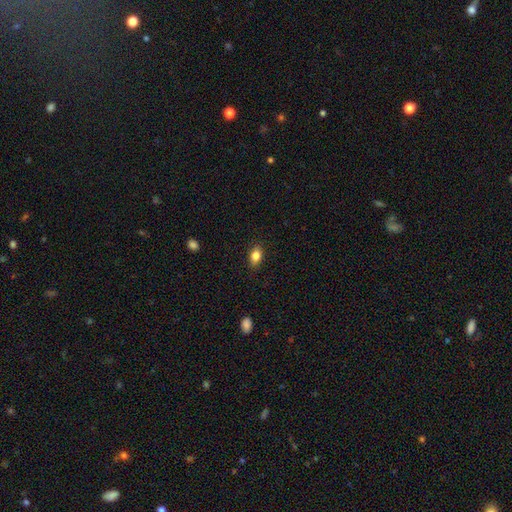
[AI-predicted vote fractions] Morphology: type=smooth (84%); roundness=in between (83%); merging=none (87%).